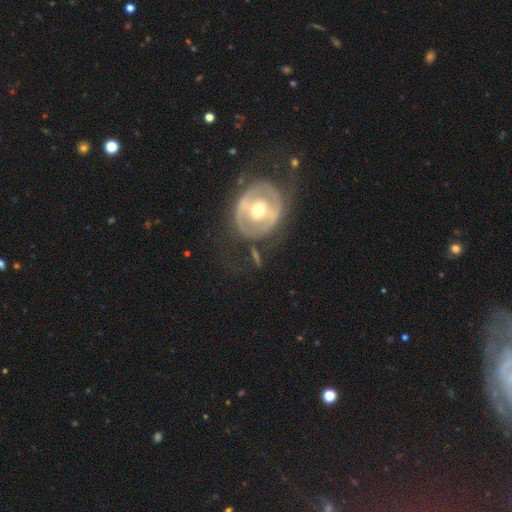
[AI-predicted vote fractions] smooth_or_featured: featured or disk (p=0.73) [alt: smooth p=0.20]
disk_edge_on: no (p=0.94) [alt: yes p=0.06]
bar: strong (p=0.39) [alt: weak p=0.32]
has_spiral_arms: no (p=0.58) [alt: yes p=0.42]
bulge_size: moderate (p=0.68) [alt: small p=0.25]
merging: none (p=0.57) [alt: minor disturbance p=0.19]